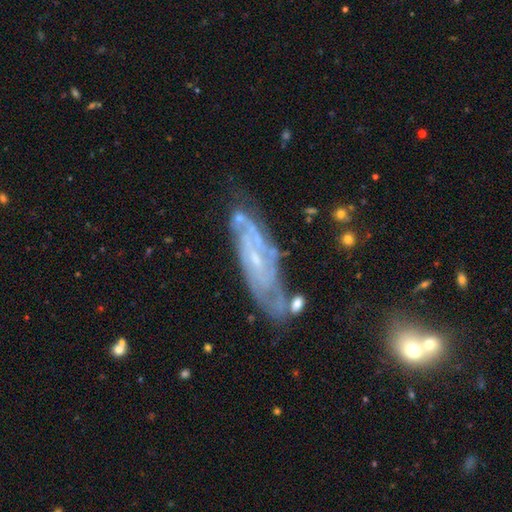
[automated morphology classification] smooth-or-featured: featured or disk: 81% | smooth: 11% | star or artifact: 7%
  disk-edge-on: no: 85% | yes: 15%
    bar: no: 55% | weak: 35% | strong: 11%
    has-spiral-arms: yes: 92% | no: 8%
      spiral-winding: tight: 65% | medium: 28% | loose: 7%
      spiral-arm-count: can't tell: 39% | 2: 29% | 3: 15% | 4: 7% | 1: 4% | more than 4: 4%
    bulge-size: small: 78% | moderate: 15% | none: 5% | large: 1% | dominant: 1%
  merging: none: 64% | minor disturbance: 22% | major disturbance: 8% | merger: 6%